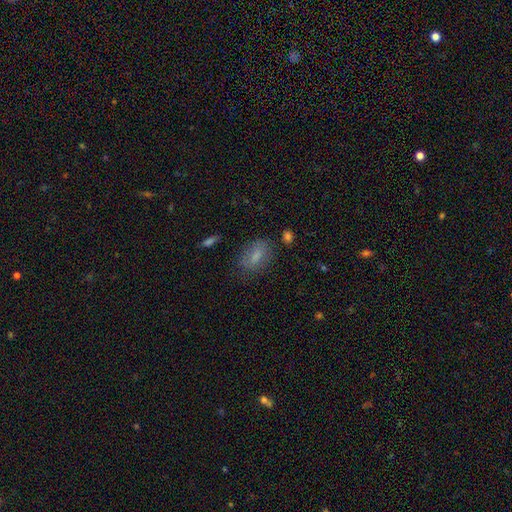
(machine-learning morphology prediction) A smooth galaxy with no disk features (70%) that is in between round and cigar-shaped (81%).

Vote fractions:
- Smooth or featured? smooth: 70% / featured or disk: 19% / star or artifact: 11%
- How rounded? in between: 81% / round: 11% / cigar-shaped: 8%
- Merging? none: 69% / minor disturbance: 20% / major disturbance: 8% / merger: 3%